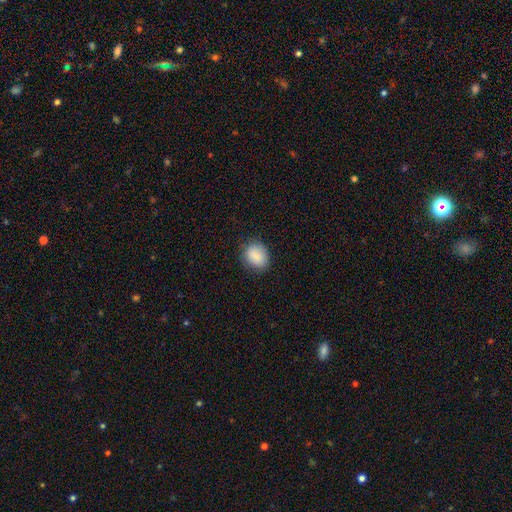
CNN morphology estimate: Smooth or featured? smooth (87%)
How rounded? round (50%)
Merging? none (80%)